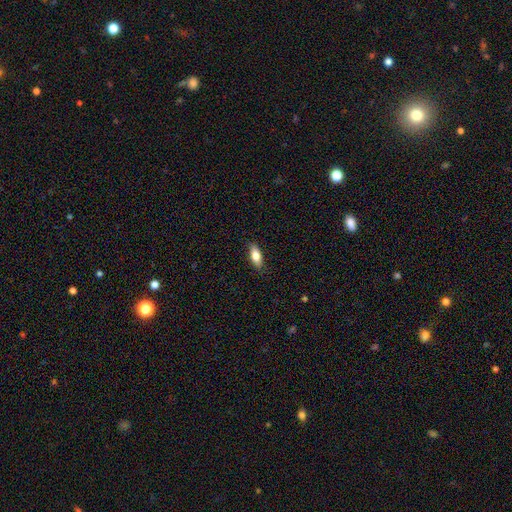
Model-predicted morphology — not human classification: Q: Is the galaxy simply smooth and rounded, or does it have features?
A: smooth — 79%.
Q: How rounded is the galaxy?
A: in between — 77%.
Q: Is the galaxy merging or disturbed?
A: none — 86%.